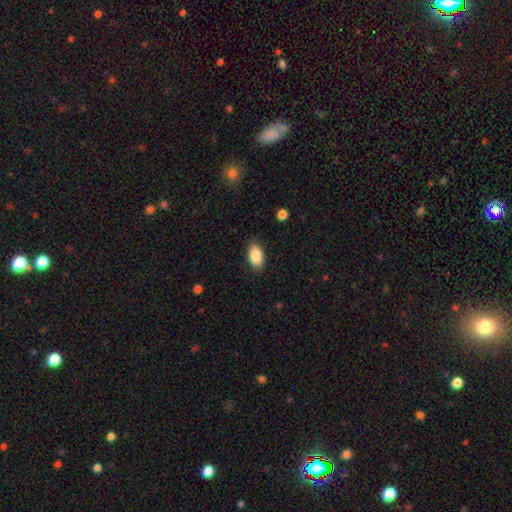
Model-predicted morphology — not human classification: Smooth or featured? smooth (87%)
How rounded? in between (92%)
Merging? none (85%)